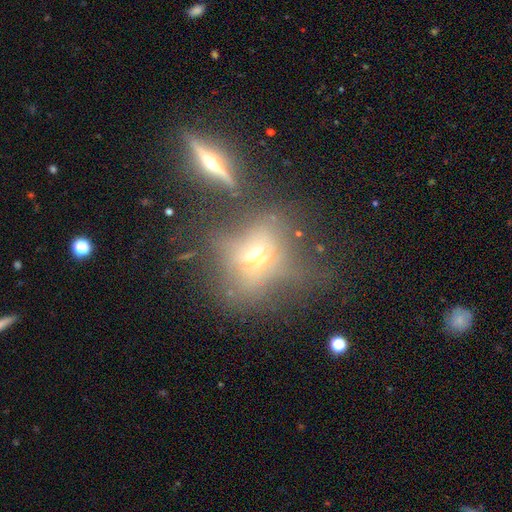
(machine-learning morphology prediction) Smooth or featured: featured or disk — 42% (smooth — 34%)
Merging: none — 49% (minor disturbance — 19%)